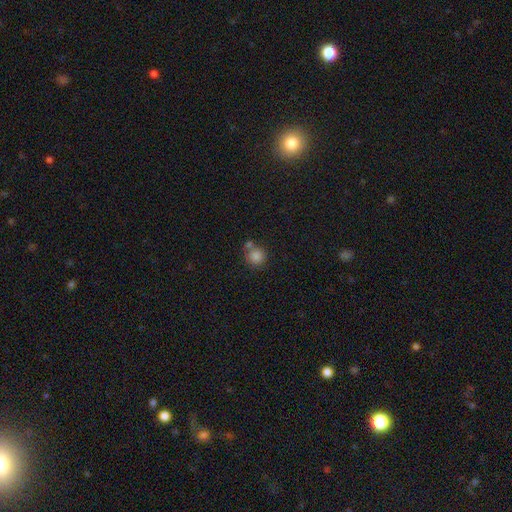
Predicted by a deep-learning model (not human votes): Overall: smooth (83%). How rounded: round (92%). Merging: none (63%).